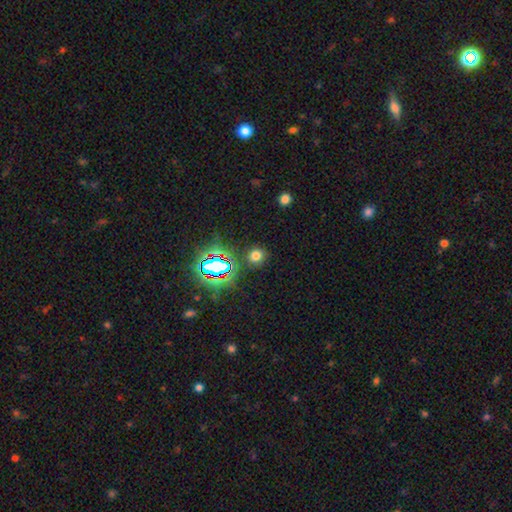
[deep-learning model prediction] Smooth or featured? smooth (66%)
How rounded? round (82%)
Merging? none (85%)